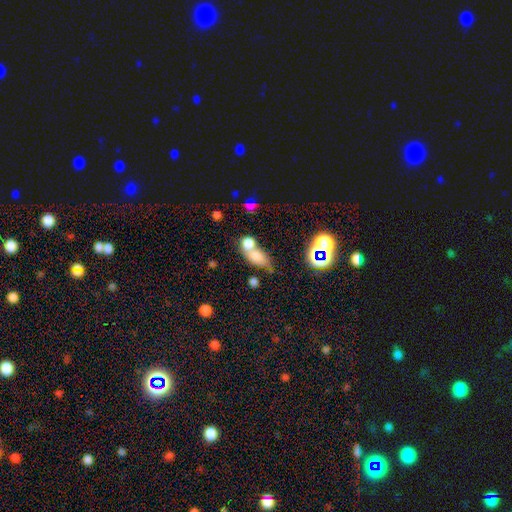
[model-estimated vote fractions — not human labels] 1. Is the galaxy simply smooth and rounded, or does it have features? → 71% smooth, 15% featured or disk, 14% star or artifact.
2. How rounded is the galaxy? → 69% in between, 21% round, 10% cigar-shaped.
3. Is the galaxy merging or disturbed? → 53% merger, 29% none, 11% minor disturbance, 7% major disturbance.